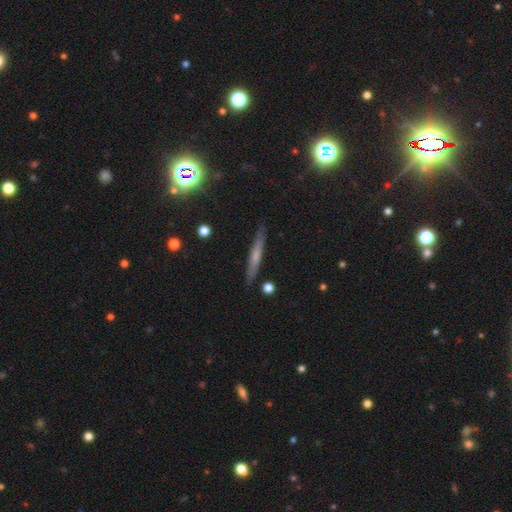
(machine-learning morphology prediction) smooth-or-featured: smooth: 46% | featured or disk: 45% | star or artifact: 9%
  merging: none: 87% | minor disturbance: 9% | major disturbance: 2% | merger: 2%